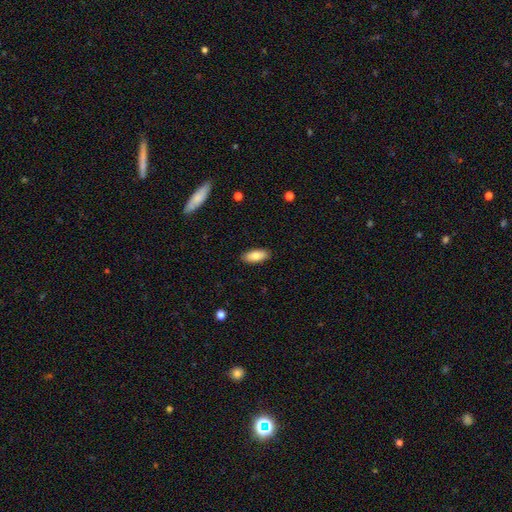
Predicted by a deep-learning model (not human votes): smooth-or-featured: smooth: 81% | featured or disk: 13% | star or artifact: 6%
  how-rounded: in between: 84% | cigar-shaped: 14% | round: 2%
  merging: none: 89% | minor disturbance: 8% | major disturbance: 2% | merger: 1%